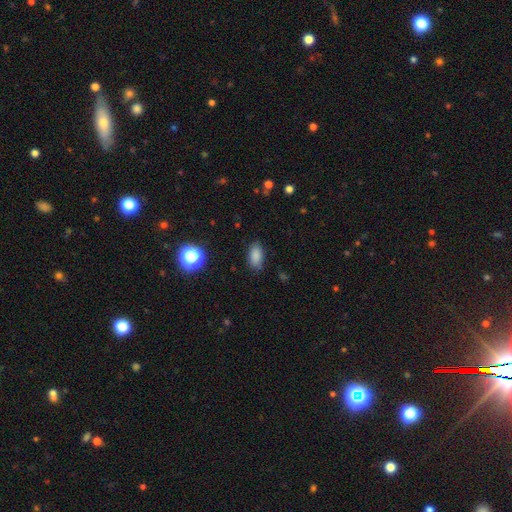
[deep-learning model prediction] Smooth or featured?
  - smooth: 84% *
  - star or artifact: 11%
  - featured or disk: 5%
How rounded?
  - in between: 90% *
  - round: 6%
  - cigar-shaped: 4%
Merging?
  - none: 83% *
  - minor disturbance: 13%
  - major disturbance: 3%
  - merger: 1%